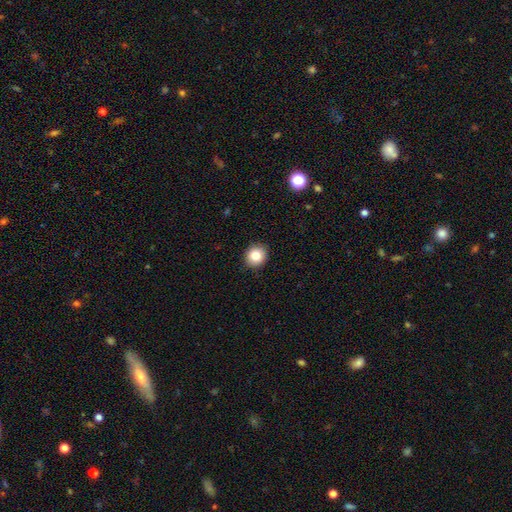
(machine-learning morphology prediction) Smooth or featured?
  - smooth: 83% *
  - star or artifact: 9%
  - featured or disk: 7%
How rounded?
  - round: 82% *
  - in between: 17%
  - cigar-shaped: 1%
Merging?
  - none: 91% *
  - minor disturbance: 7%
  - major disturbance: 2%
  - merger: 1%